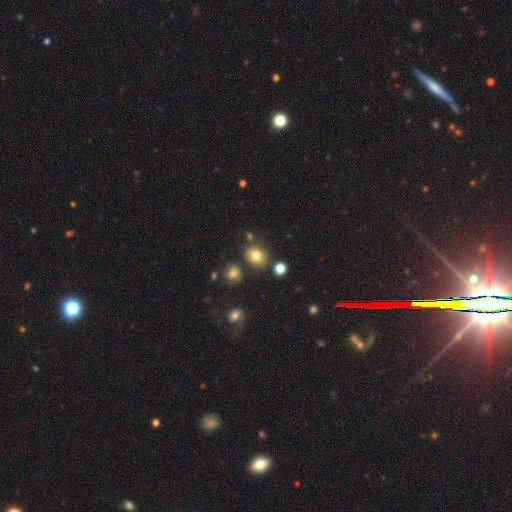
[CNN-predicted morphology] Smooth or featured: smooth — 78% (star or artifact — 13%)
How rounded: round — 62% (in between — 37%)
Merging: none — 79% (minor disturbance — 11%)